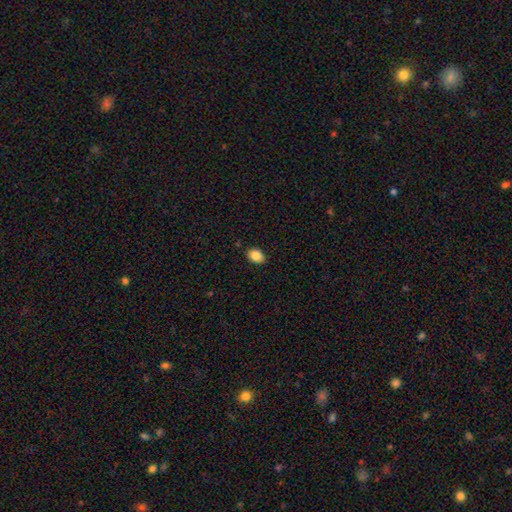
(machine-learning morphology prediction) Smooth or featured? Predicted: smooth (p=0.86). How rounded? Predicted: in between (p=0.77). Merging? Predicted: none (p=0.88).